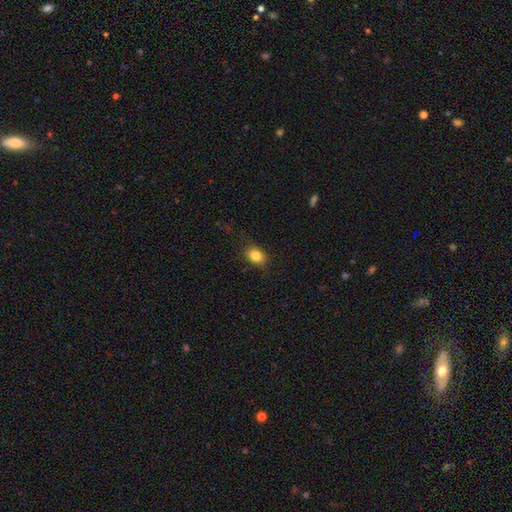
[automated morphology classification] type=smooth (83%); roundness=in between (68%); merging=none (81%).